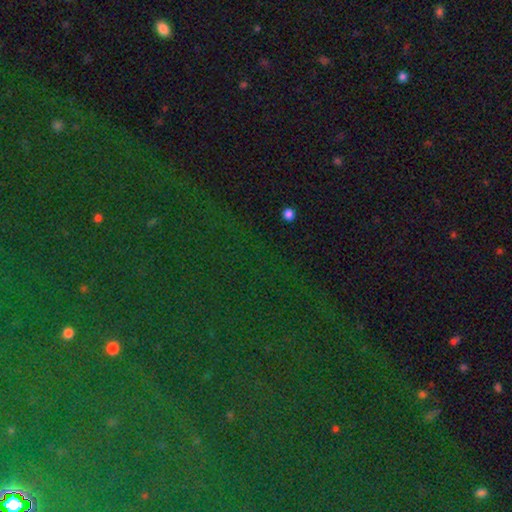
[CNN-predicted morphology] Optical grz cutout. It shows a star or artifact, not a galaxy (82%).